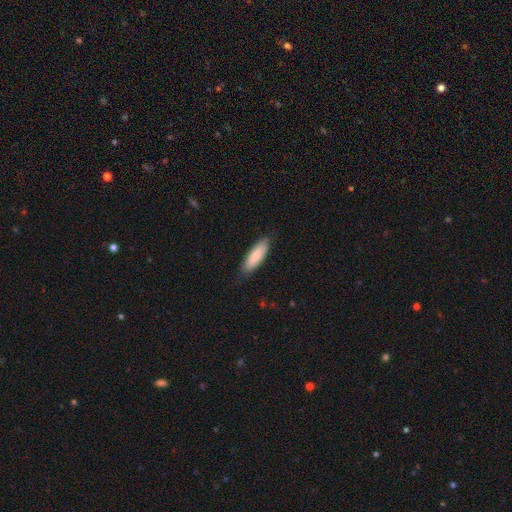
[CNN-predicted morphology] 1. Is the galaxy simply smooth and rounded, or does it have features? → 86% smooth, 9% featured or disk, 5% star or artifact.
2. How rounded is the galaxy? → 52% in between, 46% cigar-shaped, 1% round.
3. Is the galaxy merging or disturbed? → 82% none, 15% minor disturbance, 3% major disturbance, 1% merger.